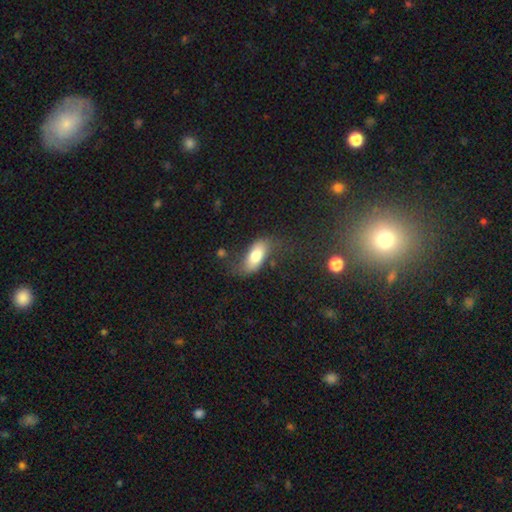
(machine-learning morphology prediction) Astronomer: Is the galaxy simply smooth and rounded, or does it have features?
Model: smooth — 70%.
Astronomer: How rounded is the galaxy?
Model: in between — 85%.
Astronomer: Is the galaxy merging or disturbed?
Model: none — 54%.